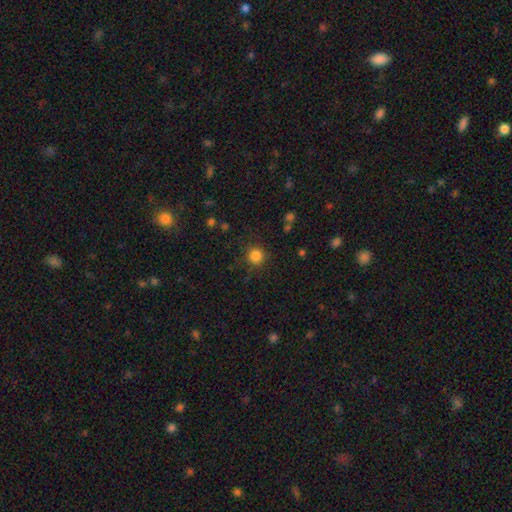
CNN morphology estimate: type=smooth (83%); roundness=round (93%); merging=none (86%).